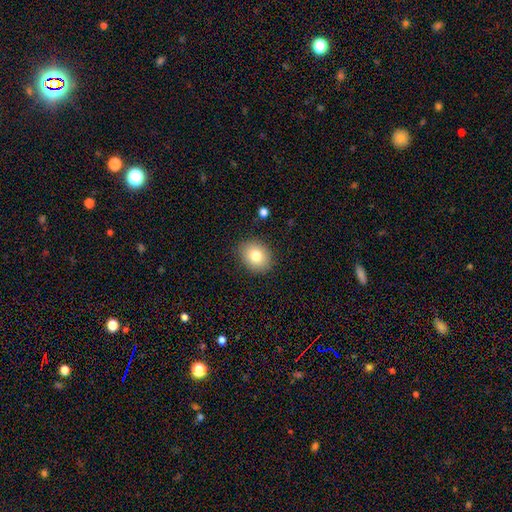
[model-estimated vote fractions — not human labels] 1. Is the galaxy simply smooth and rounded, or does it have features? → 79% smooth, 11% featured or disk, 10% star or artifact.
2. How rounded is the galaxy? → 61% round, 38% in between, 1% cigar-shaped.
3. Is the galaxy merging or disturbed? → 87% none, 9% minor disturbance, 2% major disturbance, 1% merger.